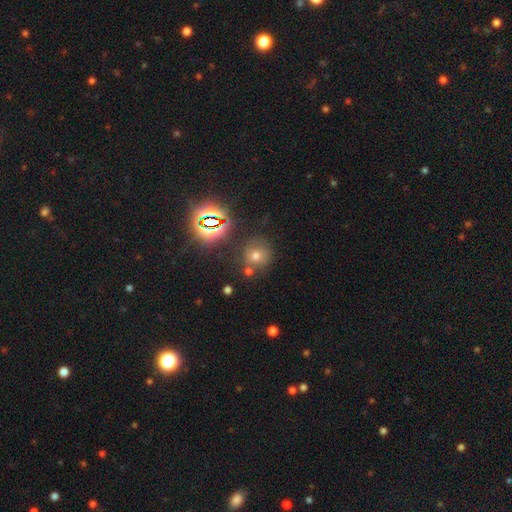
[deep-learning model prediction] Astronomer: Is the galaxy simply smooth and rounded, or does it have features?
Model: smooth — 60%.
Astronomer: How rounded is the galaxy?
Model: round — 88%.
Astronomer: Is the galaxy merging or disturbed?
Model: none — 65%.